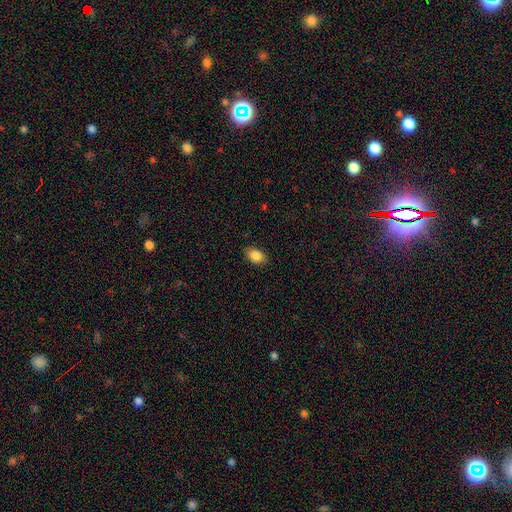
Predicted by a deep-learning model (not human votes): Smooth or featured? Predicted: smooth (p=0.87). How rounded? Predicted: in between (p=0.85). Merging? Predicted: none (p=0.85).